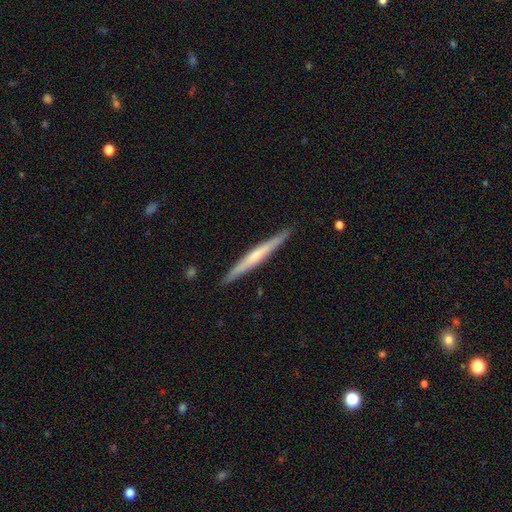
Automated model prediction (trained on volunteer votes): smooth_or_featured: featured or disk (p=0.57) [alt: smooth p=0.38]
disk_edge_on: yes (p=0.97) [alt: no p=0.03]
edge_on_bulge: none (p=0.47) [alt: rounded p=0.45]
merging: none (p=0.91) [alt: minor disturbance p=0.07]